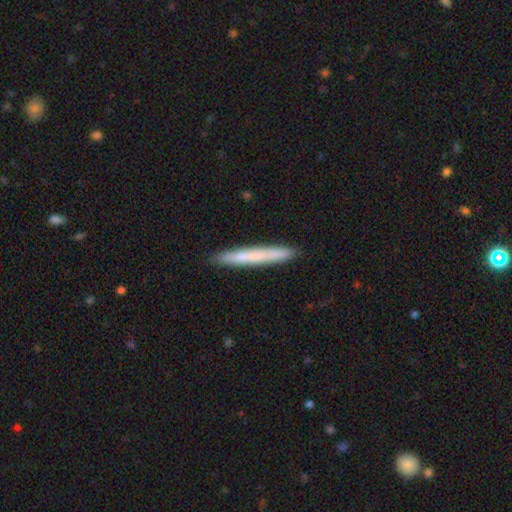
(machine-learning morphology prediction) A smooth galaxy with no disk features (65%) that is cigar-shaped (97%).

Vote fractions:
- Smooth or featured? smooth: 65% / featured or disk: 30% / star or artifact: 6%
- How rounded? cigar-shaped: 97% / in between: 2% / round: 1%
- Merging? none: 90% / minor disturbance: 7% / major disturbance: 1% / merger: 1%